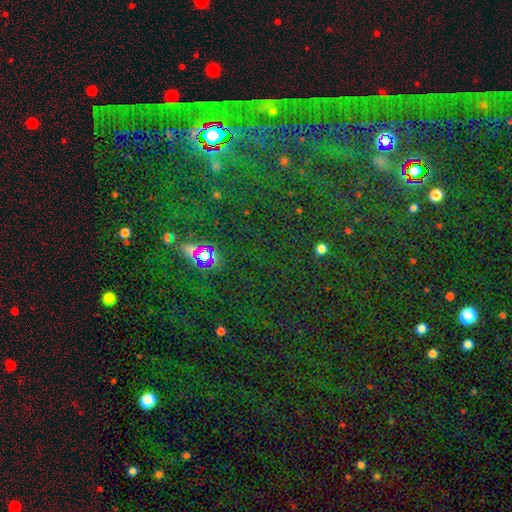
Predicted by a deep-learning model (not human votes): Smooth or featured? Predicted: star or artifact (p=0.77).